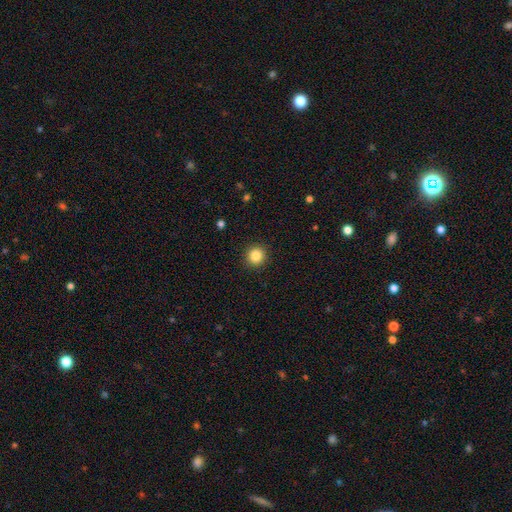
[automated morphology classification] smooth_or_featured: smooth (p=0.85) [alt: star or artifact p=0.10]
how_rounded: round (p=0.93) [alt: in between p=0.06]
merging: none (p=0.92) [alt: minor disturbance p=0.05]